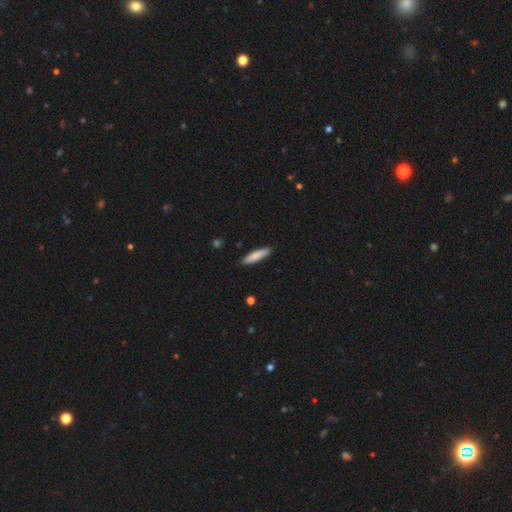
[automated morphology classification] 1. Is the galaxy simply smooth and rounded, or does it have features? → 82% smooth, 13% featured or disk, 6% star or artifact.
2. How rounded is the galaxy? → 79% cigar-shaped, 19% in between, 1% round.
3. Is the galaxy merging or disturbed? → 89% none, 8% minor disturbance, 2% major disturbance, 1% merger.